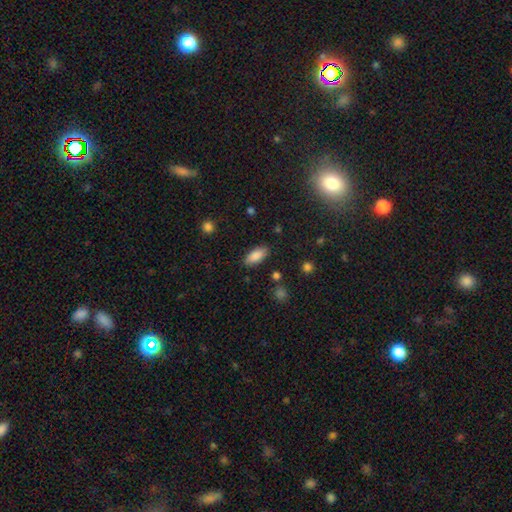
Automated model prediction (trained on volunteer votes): Overall: smooth (86%). How rounded: in between (88%). Merging: none (85%).